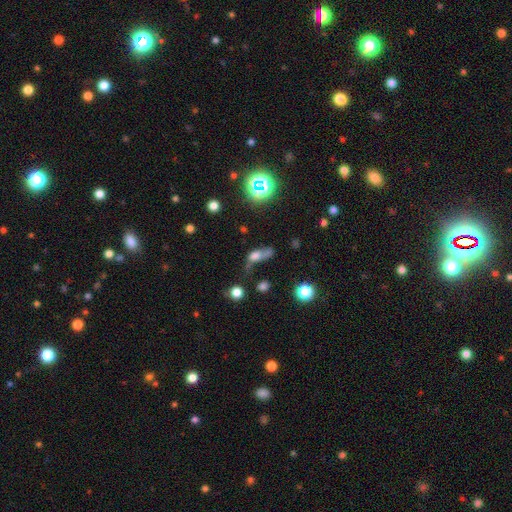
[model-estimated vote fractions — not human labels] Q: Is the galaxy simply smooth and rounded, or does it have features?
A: smooth — 48%.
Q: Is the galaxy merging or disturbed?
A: major disturbance — 37%.